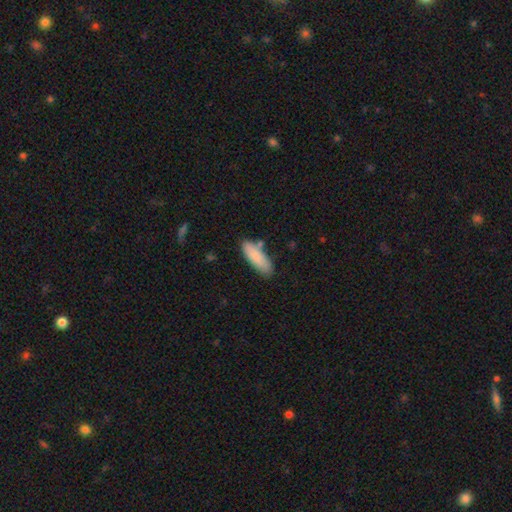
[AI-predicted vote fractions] Smooth or featured? smooth (86%)
How rounded? in between (58%)
Merging? none (77%)